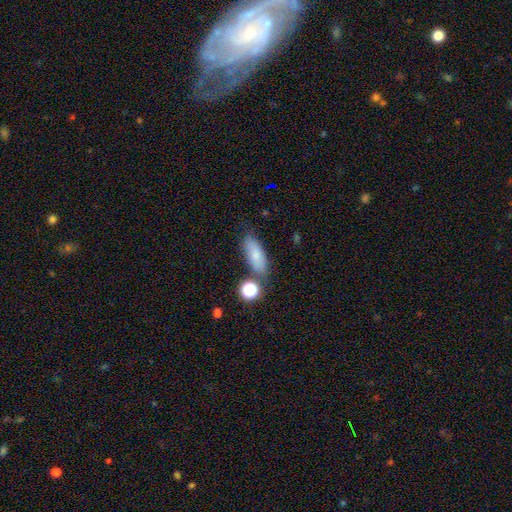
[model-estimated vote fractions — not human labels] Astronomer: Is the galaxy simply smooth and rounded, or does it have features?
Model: smooth — 78%.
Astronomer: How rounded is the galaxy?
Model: in between — 73%.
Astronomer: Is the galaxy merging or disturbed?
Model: none — 70%.